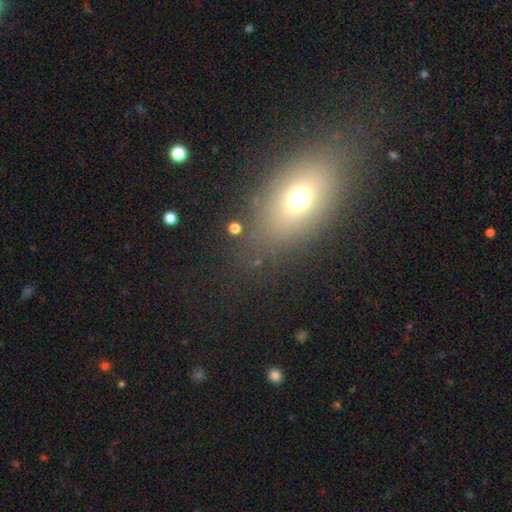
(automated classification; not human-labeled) smooth-or-featured: smooth: 64% | featured or disk: 19% | star or artifact: 17%
  how-rounded: in between: 76% | round: 17% | cigar-shaped: 7%
  merging: none: 80% | minor disturbance: 12% | major disturbance: 6% | merger: 3%